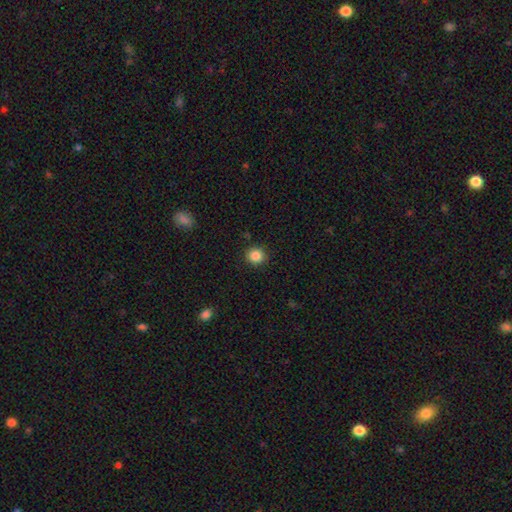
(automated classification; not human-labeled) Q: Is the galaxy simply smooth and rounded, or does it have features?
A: smooth — 86%.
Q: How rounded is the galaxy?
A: round — 91%.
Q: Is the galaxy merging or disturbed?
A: none — 90%.